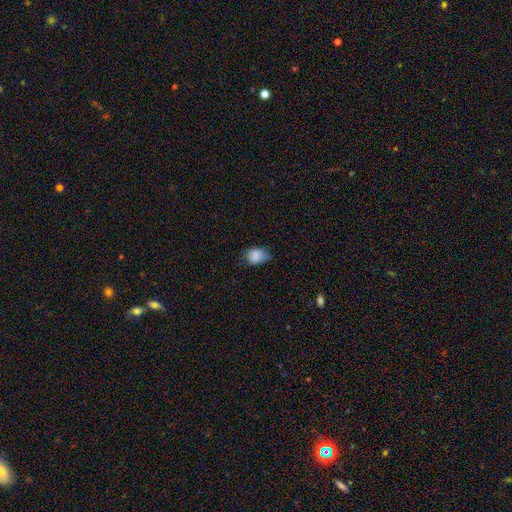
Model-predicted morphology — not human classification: smooth-or-featured: smooth: 83% | star or artifact: 9% | featured or disk: 8%
  how-rounded: in between: 71% | round: 28% | cigar-shaped: 1%
  merging: none: 54% | minor disturbance: 35% | major disturbance: 9% | merger: 1%